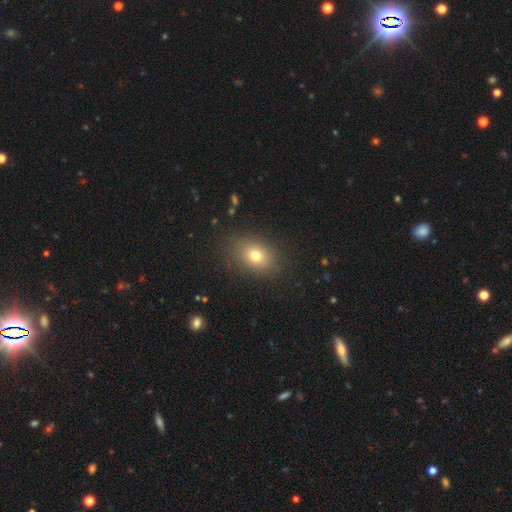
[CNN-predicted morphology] This is likely a smooth galaxy (76%). How rounded: likely in between (70%). Merging: clearly none (85%).